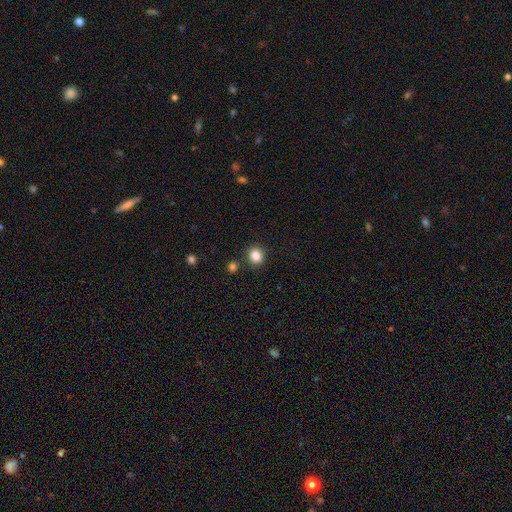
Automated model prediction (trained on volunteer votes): smooth 85%, star or artifact 11%, featured or disk 4%. Down the decision tree: how rounded — round (81%); merging — none (86%).